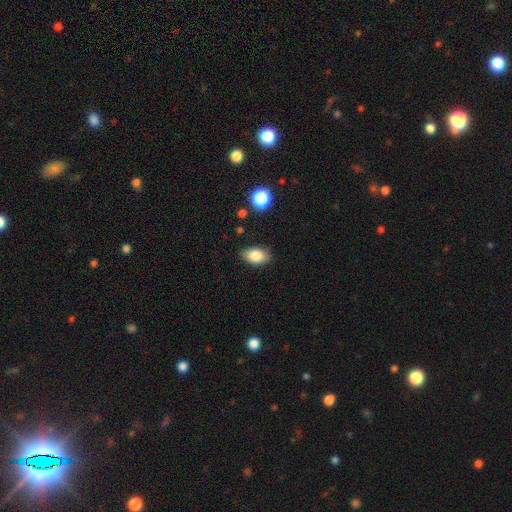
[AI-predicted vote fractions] Smooth or featured? smooth (83%)
How rounded? in between (89%)
Merging? none (83%)